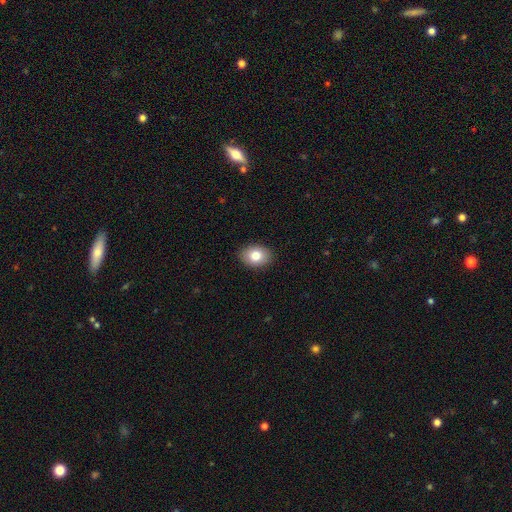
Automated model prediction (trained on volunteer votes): Smooth or featured? Predicted: smooth (p=0.81). How rounded? Predicted: in between (p=0.66). Merging? Predicted: none (p=0.89).